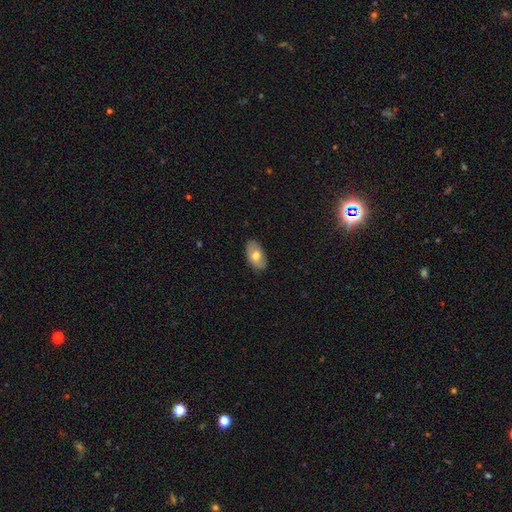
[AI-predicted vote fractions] Smooth or featured: smooth — 70% (featured or disk — 24%)
How rounded: in between — 93% (round — 5%)
Merging: none — 83% (minor disturbance — 13%)